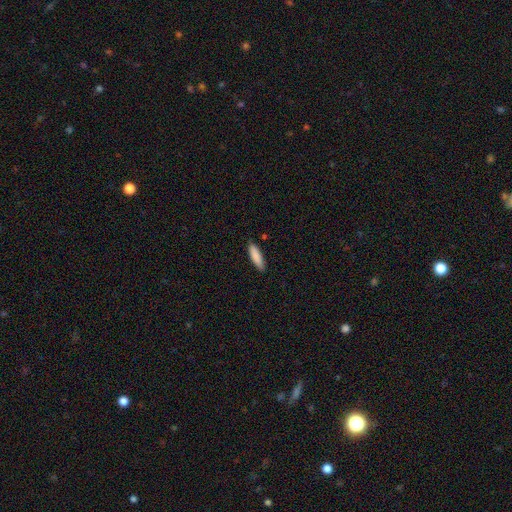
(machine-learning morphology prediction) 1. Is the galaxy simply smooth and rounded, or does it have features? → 87% smooth, 7% featured or disk, 6% star or artifact.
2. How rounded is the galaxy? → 65% cigar-shaped, 33% in between, 1% round.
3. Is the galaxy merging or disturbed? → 86% none, 11% minor disturbance, 2% major disturbance, 1% merger.